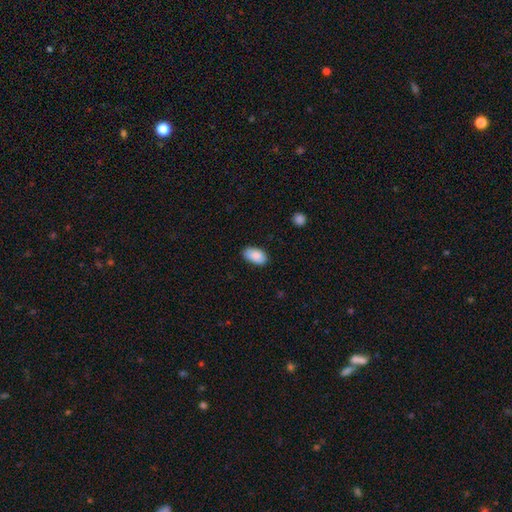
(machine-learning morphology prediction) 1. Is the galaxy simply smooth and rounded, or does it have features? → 88% smooth, 7% star or artifact, 5% featured or disk.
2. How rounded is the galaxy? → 95% in between, 4% round, 2% cigar-shaped.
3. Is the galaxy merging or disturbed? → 83% none, 13% minor disturbance, 2% major disturbance, 1% merger.